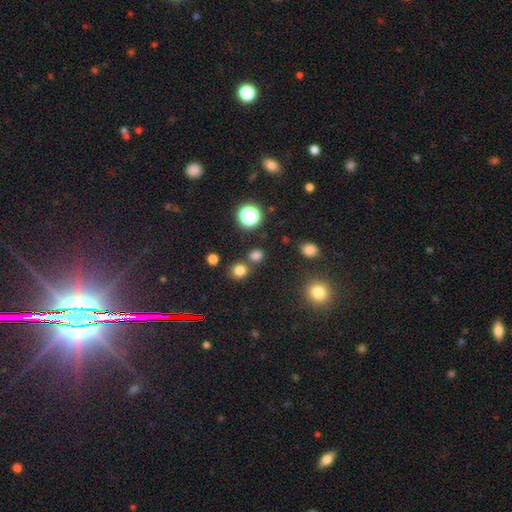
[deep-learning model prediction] This is likely a smooth galaxy (73%). How rounded: likely round (79%). Merging: likely none (72%).